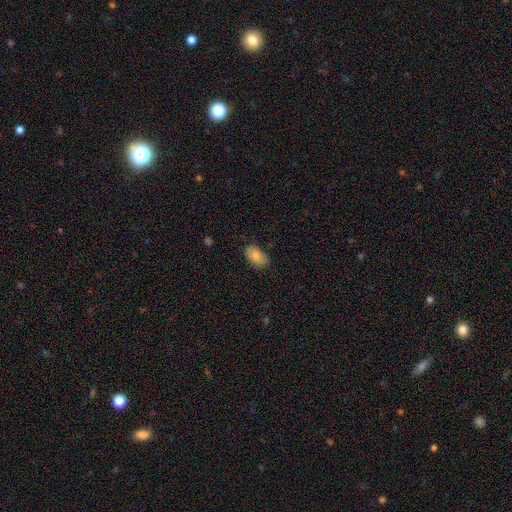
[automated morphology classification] Overall: smooth (84%). How rounded: in between (92%). Merging: none (79%).